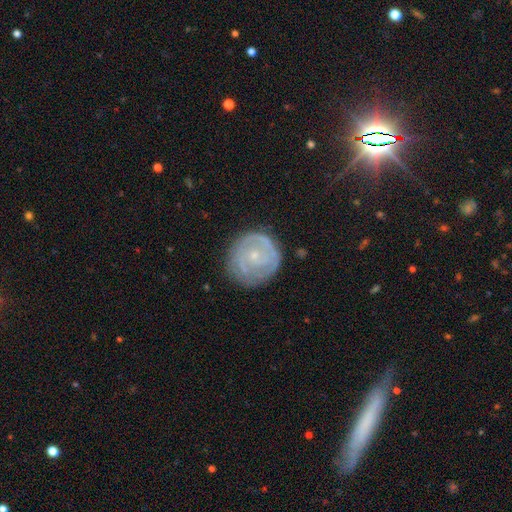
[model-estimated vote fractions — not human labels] Smooth or featured? Predicted: featured or disk (p=0.71). Edge-on disk? Predicted: no (p=0.97). Bar? Predicted: no (p=0.79). Spiral arms? Predicted: yes (p=0.81). Spiral winding? Predicted: tight (p=0.74). Spiral arm count? Predicted: can't tell (p=0.40). Bulge size? Predicted: small (p=0.80). Merging? Predicted: none (p=0.76).